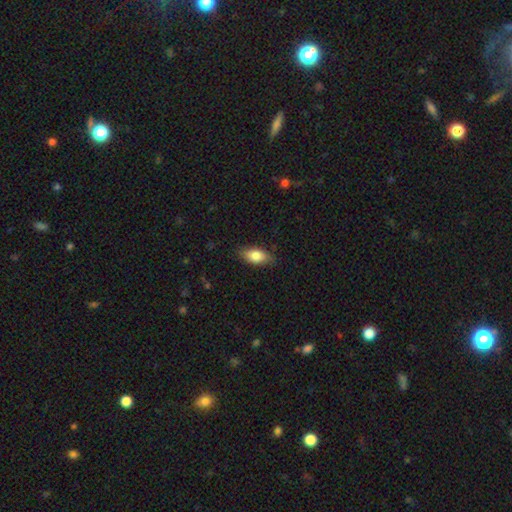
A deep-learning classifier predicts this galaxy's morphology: Smooth or featured? Predicted: smooth (p=0.79). How rounded? Predicted: in between (p=0.88). Merging? Predicted: none (p=0.80).